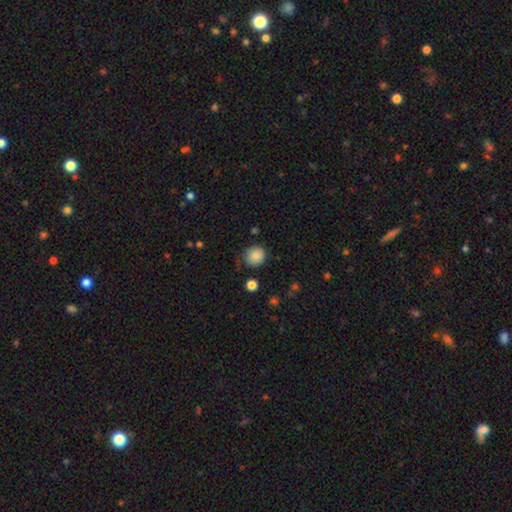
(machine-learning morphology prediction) smooth 85%, star or artifact 9%, featured or disk 6%. Down the decision tree: how rounded — round (83%); merging — none (73%).